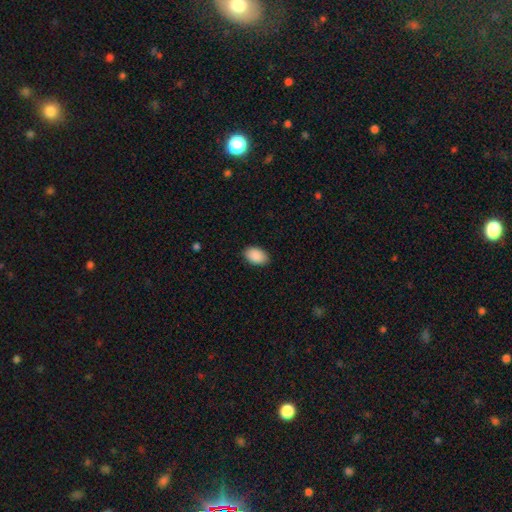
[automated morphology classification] smooth 91%, star or artifact 6%, featured or disk 3%. Down the decision tree: how rounded — in between (91%); merging — none (88%).